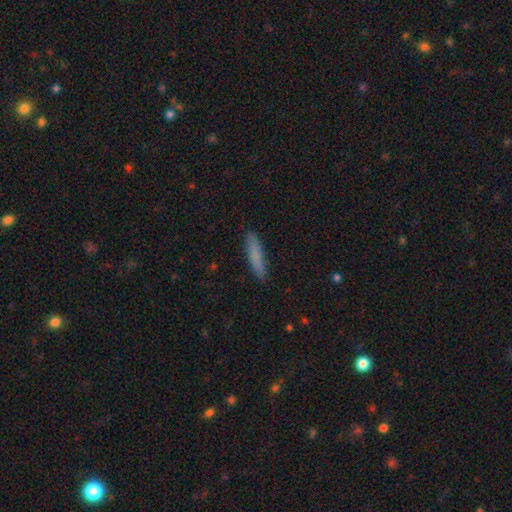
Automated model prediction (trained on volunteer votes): Smooth or featured?
  - smooth: 81% *
  - featured or disk: 13%
  - star or artifact: 6%
How rounded?
  - cigar-shaped: 89% *
  - in between: 10%
  - round: 1%
Merging?
  - none: 90% *
  - minor disturbance: 8%
  - major disturbance: 2%
  - merger: 1%